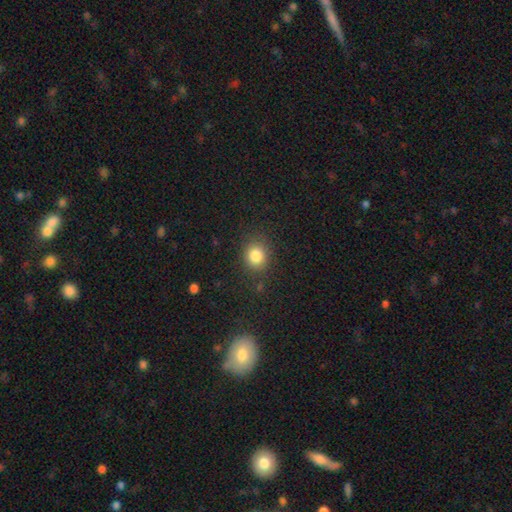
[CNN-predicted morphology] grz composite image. It shows a smooth galaxy with no disk features (83%) that is round (71%). Merging: none (83%).